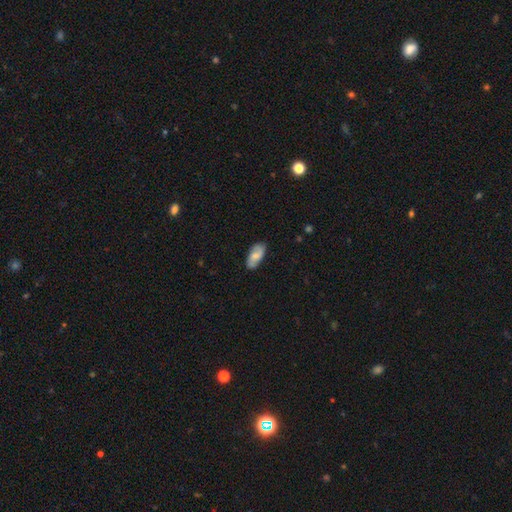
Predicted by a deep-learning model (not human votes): A smooth galaxy with no disk features (65%) that is in between round and cigar-shaped (89%).

Vote fractions:
- Smooth or featured? smooth: 65% / featured or disk: 28% / star or artifact: 7%
- How rounded? in between: 89% / cigar-shaped: 9% / round: 3%
- Merging? none: 80% / minor disturbance: 16% / major disturbance: 3% / merger: 1%